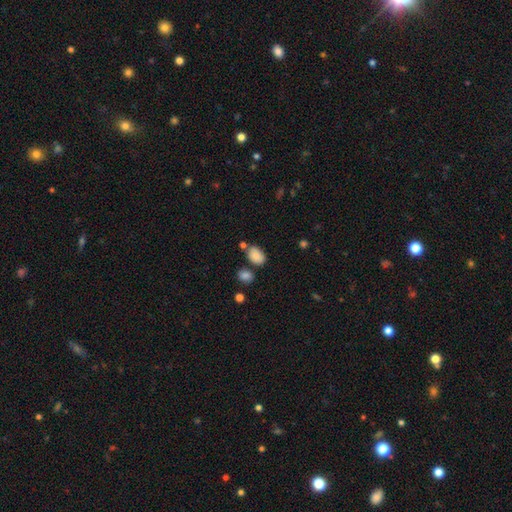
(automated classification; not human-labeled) Smooth or featured: smooth — 86% (star or artifact — 9%)
How rounded: in between — 85% (round — 13%)
Merging: none — 64% (minor disturbance — 16%)